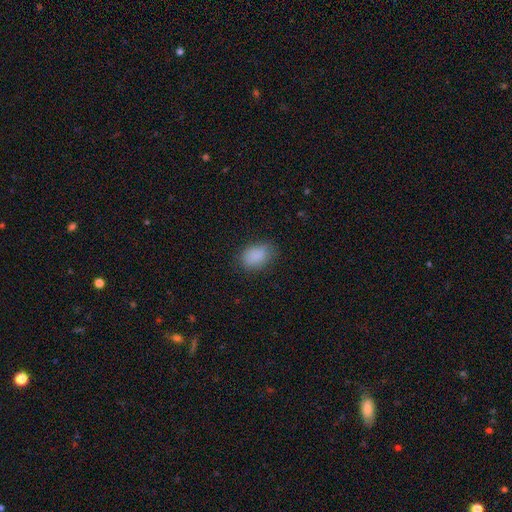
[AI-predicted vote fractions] smooth_or_featured: smooth (p=0.87) [alt: star or artifact p=0.09]
how_rounded: in between (p=0.84) [alt: round p=0.14]
merging: none (p=0.78) [alt: minor disturbance p=0.17]